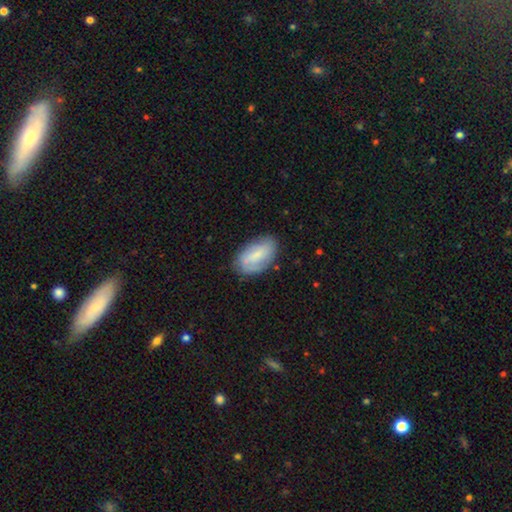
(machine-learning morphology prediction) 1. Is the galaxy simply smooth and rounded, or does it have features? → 64% smooth, 29% featured or disk, 7% star or artifact.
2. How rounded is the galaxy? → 93% in between, 4% round, 3% cigar-shaped.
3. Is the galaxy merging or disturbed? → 70% none, 22% minor disturbance, 6% major disturbance, 2% merger.